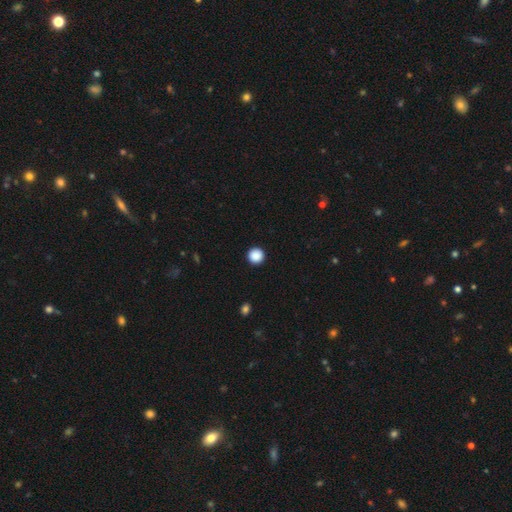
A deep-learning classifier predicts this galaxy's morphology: Smooth or featured? smooth (89%)
How rounded? round (96%)
Merging? none (94%)